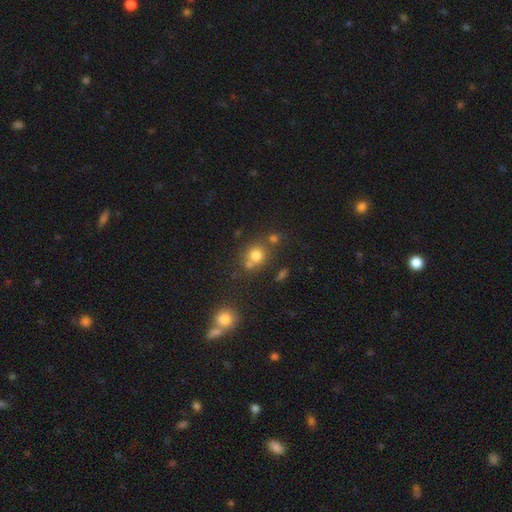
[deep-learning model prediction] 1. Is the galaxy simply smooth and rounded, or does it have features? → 76% smooth, 14% star or artifact, 10% featured or disk.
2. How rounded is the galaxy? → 77% round, 22% in between, 1% cigar-shaped.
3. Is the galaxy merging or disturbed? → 56% none, 26% merger, 13% minor disturbance, 5% major disturbance.